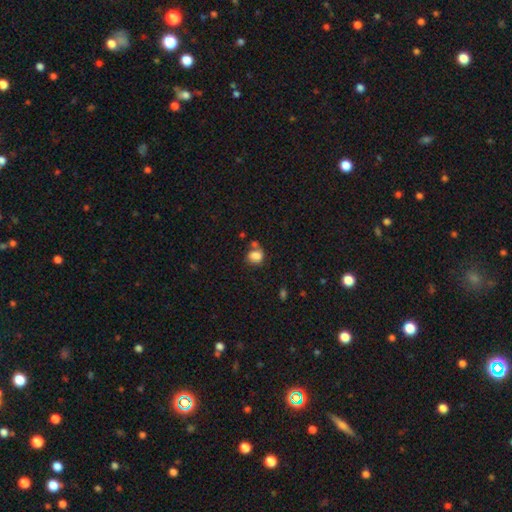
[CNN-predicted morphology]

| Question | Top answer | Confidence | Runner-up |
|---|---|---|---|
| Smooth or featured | smooth | 81% | star or artifact (10%) |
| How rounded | round | 53% | in between (46%) |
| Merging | none | 46% | merger (25%) |